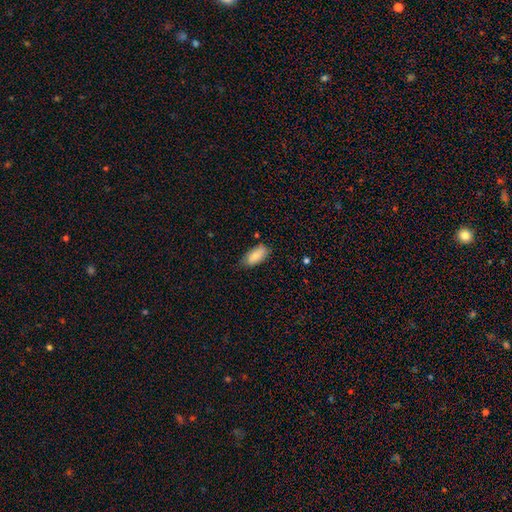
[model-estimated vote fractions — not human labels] smooth_or_featured: smooth (p=0.86) [alt: featured or disk p=0.08]
how_rounded: in between (p=0.90) [alt: cigar-shaped p=0.08]
merging: none (p=0.73) [alt: minor disturbance p=0.22]